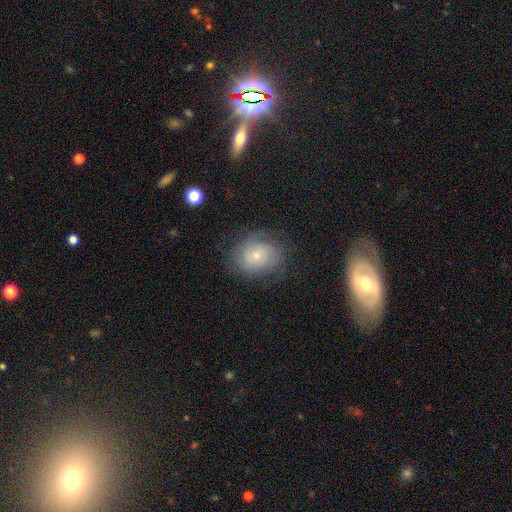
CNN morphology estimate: This is possibly a smooth galaxy (52%). How rounded: possibly round (55%). Merging: likely none (72%).